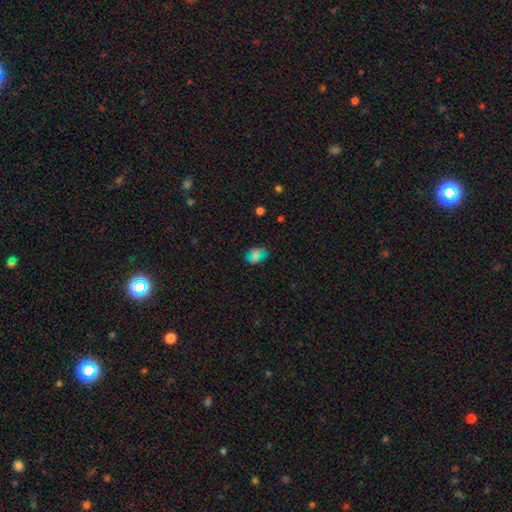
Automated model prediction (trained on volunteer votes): Smooth or featured: smooth — 58% (star or artifact — 32%)
How rounded: in between — 68% (round — 27%)
Merging: none — 77% (minor disturbance — 14%)